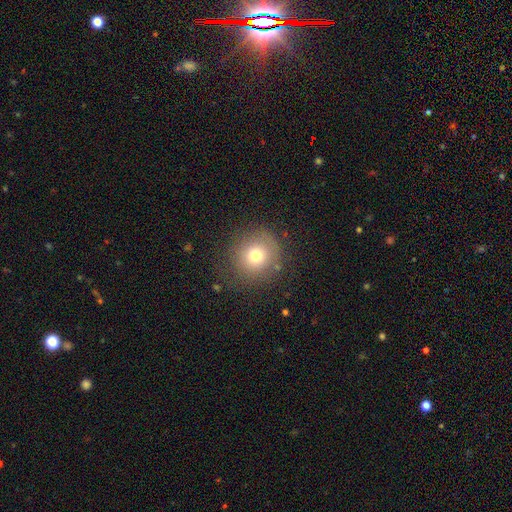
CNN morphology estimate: Q: Smooth or featured?
A: smooth (74%); runner-up: star or artifact (14%)
Q: How rounded?
A: round (91%); runner-up: in between (8%)
Q: Merging?
A: none (81%); runner-up: minor disturbance (12%)